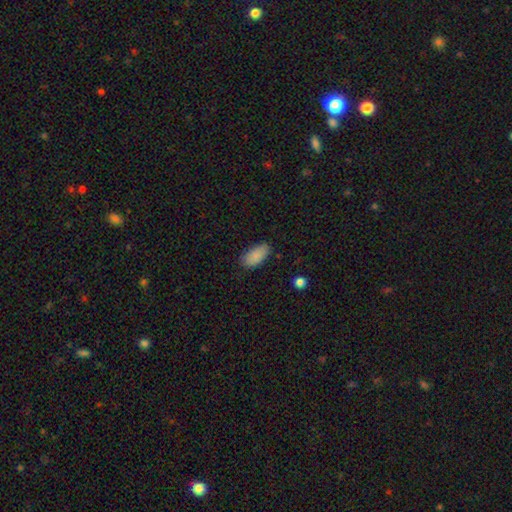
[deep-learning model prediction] smooth 88%, star or artifact 7%, featured or disk 5%. Down the decision tree: how rounded — in between (93%); merging — none (80%).